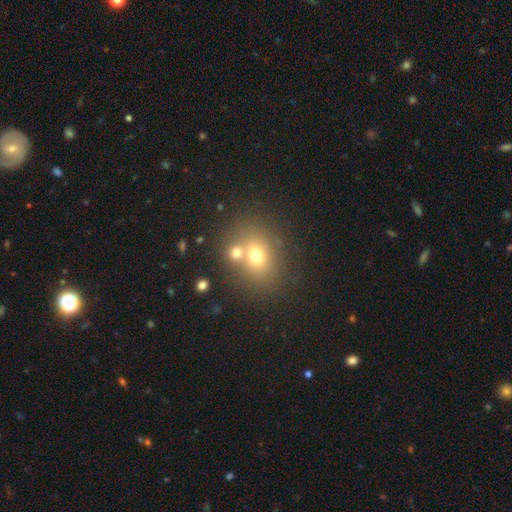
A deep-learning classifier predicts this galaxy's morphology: type=smooth (65%); roundness=round (56%); merging=none (55%).